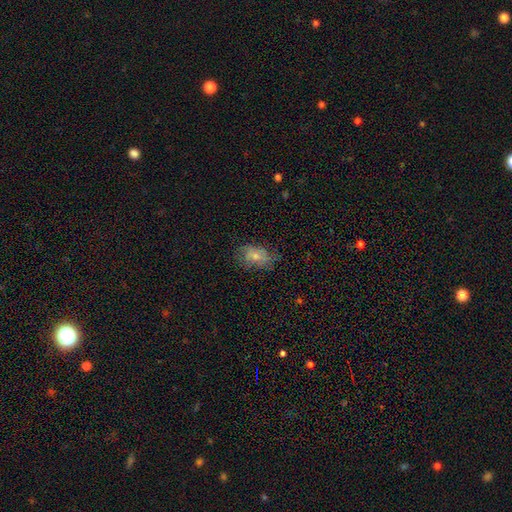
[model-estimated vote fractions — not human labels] A smooth galaxy with no disk features (61%) that is in between round and cigar-shaped (84%).

Vote fractions:
- Smooth or featured? smooth: 61% / featured or disk: 29% / star or artifact: 10%
- How rounded? in between: 84% / round: 14% / cigar-shaped: 2%
- Merging? none: 61% / minor disturbance: 25% / major disturbance: 12% / merger: 1%